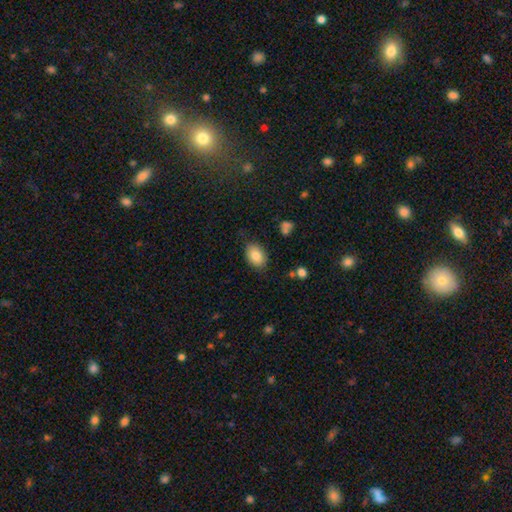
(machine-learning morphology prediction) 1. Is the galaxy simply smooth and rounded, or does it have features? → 83% smooth, 9% featured or disk, 8% star or artifact.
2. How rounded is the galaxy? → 87% in between, 12% round, 1% cigar-shaped.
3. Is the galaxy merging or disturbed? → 81% none, 14% minor disturbance, 3% major disturbance, 2% merger.